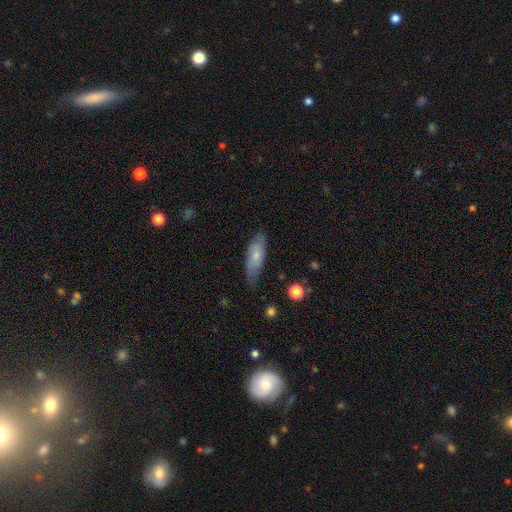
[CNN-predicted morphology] This appears to be a smooth galaxy with no disk features (71%) that is in between round and cigar-shaped (62%). Merging: none (76%).